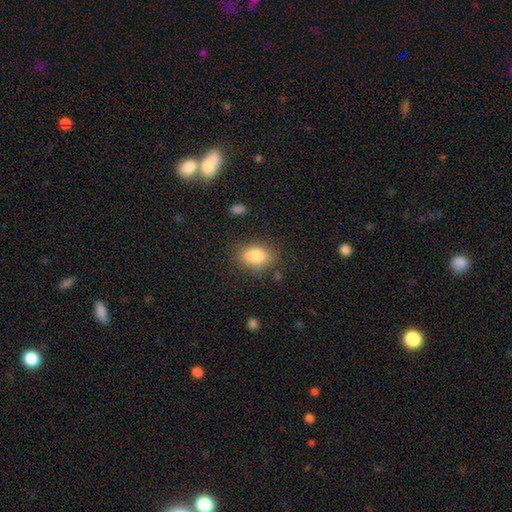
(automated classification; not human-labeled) Q: Smooth or featured?
A: smooth (83%); runner-up: star or artifact (9%)
Q: How rounded?
A: in between (75%); runner-up: round (23%)
Q: Merging?
A: none (76%); runner-up: minor disturbance (17%)